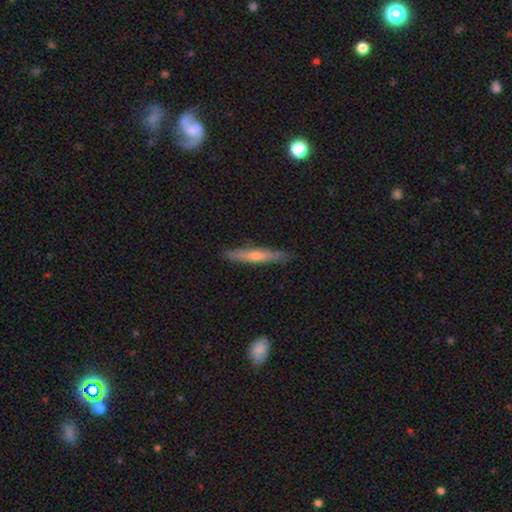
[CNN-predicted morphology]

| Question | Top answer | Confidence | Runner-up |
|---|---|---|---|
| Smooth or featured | featured or disk | 47% | tied: smooth (47%) |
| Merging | none | 89% | minor disturbance (8%) |